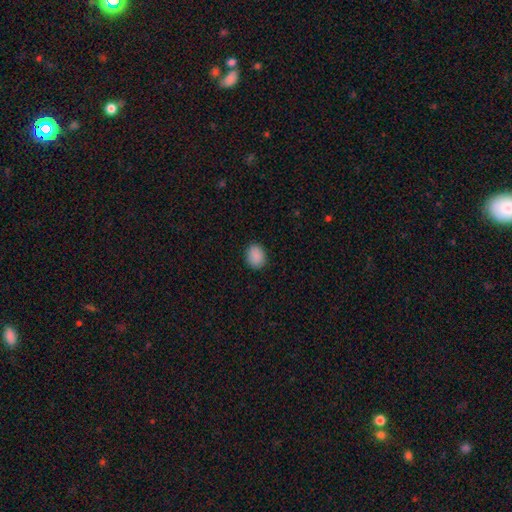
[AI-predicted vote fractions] Morphology: type=smooth (89%); roundness=in between (52%); merging=none (88%).